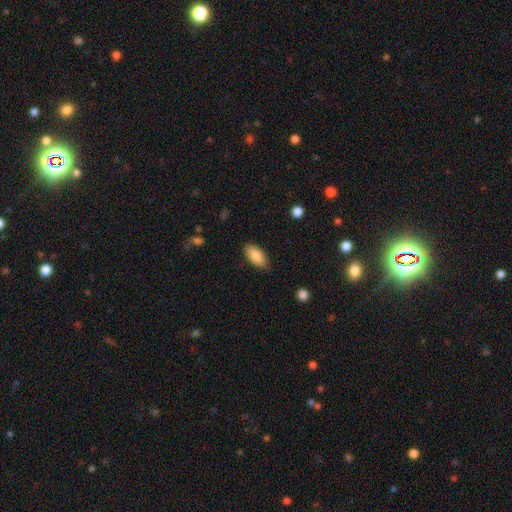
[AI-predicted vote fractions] A smooth galaxy with no disk features (86%) that is in between round and cigar-shaped (92%).

Vote fractions:
- Smooth or featured? smooth: 86% / featured or disk: 8% / star or artifact: 6%
- How rounded? in between: 92% / cigar-shaped: 5% / round: 3%
- Merging? none: 80% / minor disturbance: 16% / major disturbance: 3% / merger: 1%